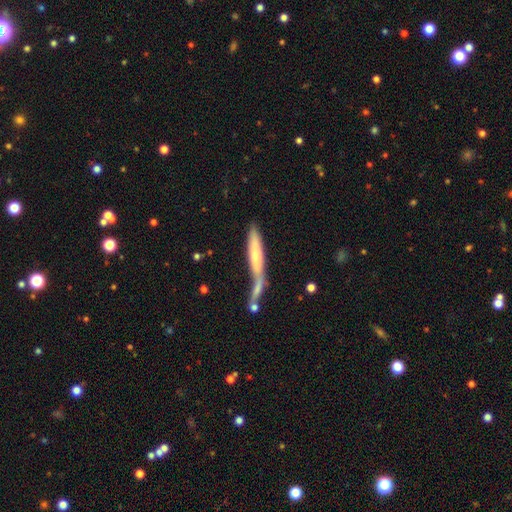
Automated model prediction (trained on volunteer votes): Smooth or featured: smooth — 56% (featured or disk — 38%)
How rounded: cigar-shaped — 89% (in between — 9%)
Merging: merger — 41% (none — 35%)